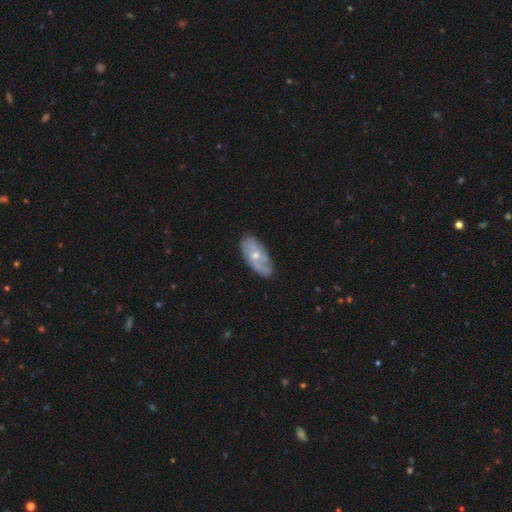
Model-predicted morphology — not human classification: type=featured or disk (65%); edge-on=no (92%); bar=no (63%); spiral arms=yes (79%); bulge=small (51%); merging=none (66%).